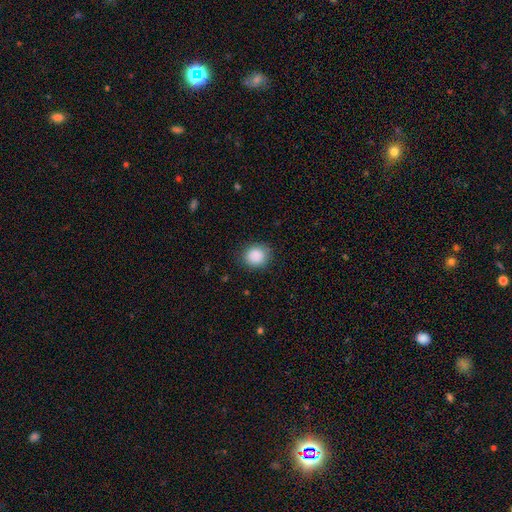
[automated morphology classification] Smooth or featured: smooth — 88% (star or artifact — 8%)
How rounded: round — 80% (in between — 19%)
Merging: none — 85% (minor disturbance — 11%)